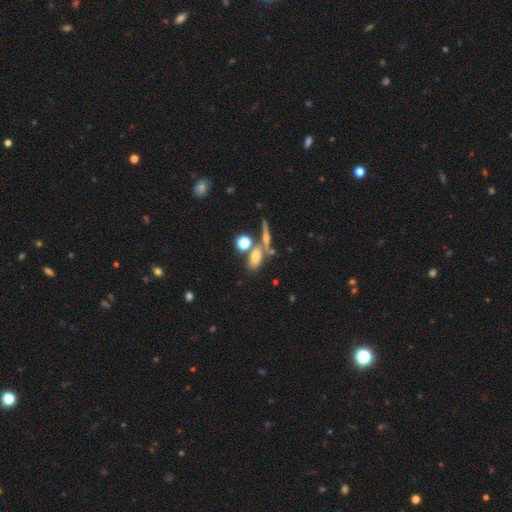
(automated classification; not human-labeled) Morphology: type=smooth (64%); roundness=in between (73%); merging=none (53%).